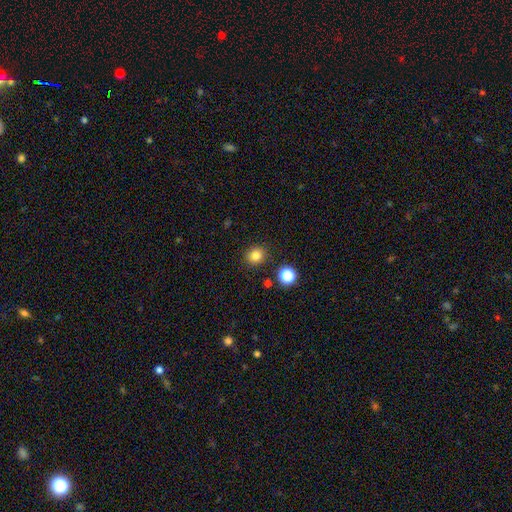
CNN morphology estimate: A smooth galaxy with no disk features (82%) that is round (85%).

Vote fractions:
- Smooth or featured? smooth: 82% / star or artifact: 13% / featured or disk: 5%
- How rounded? round: 85% / in between: 14% / cigar-shaped: 1%
- Merging? none: 89% / minor disturbance: 7% / merger: 2% / major disturbance: 2%